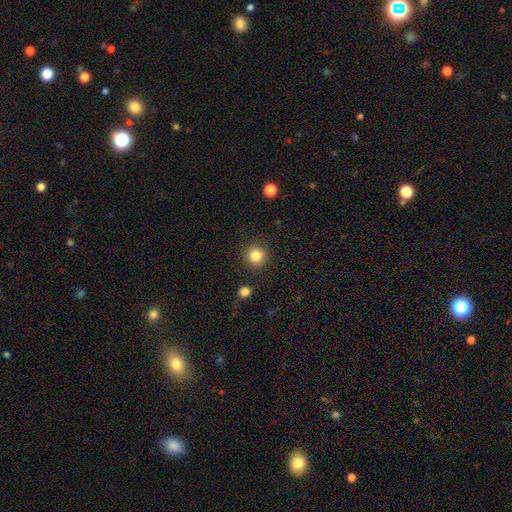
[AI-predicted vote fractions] Smooth or featured? Predicted: smooth (p=0.84). How rounded? Predicted: round (p=0.94). Merging? Predicted: none (p=0.90).